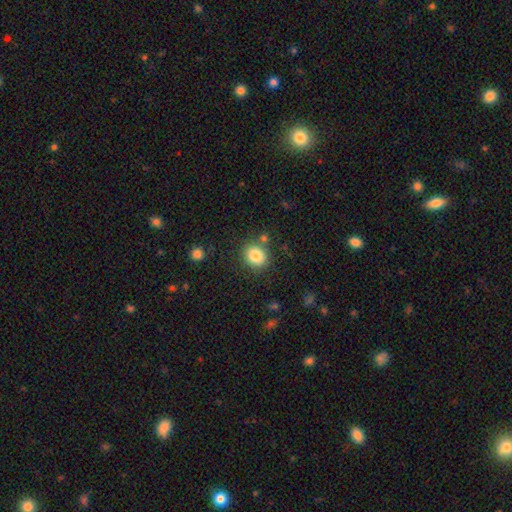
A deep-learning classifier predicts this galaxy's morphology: This appears to be a smooth galaxy with no disk features (84%) that is round (71%). Merging: none (80%).